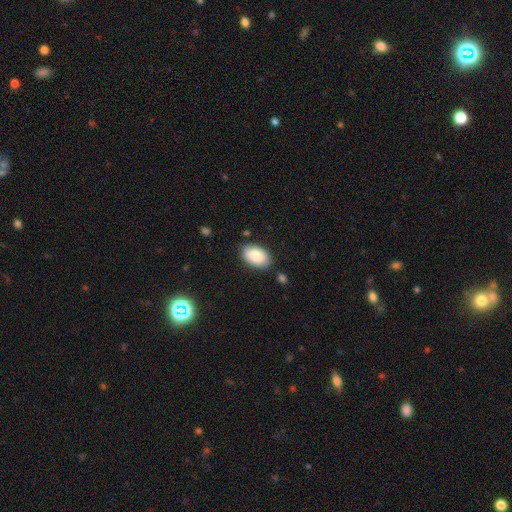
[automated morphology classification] Smooth or featured?
  - smooth: 88% *
  - star or artifact: 6%
  - featured or disk: 6%
How rounded?
  - in between: 93% *
  - round: 6%
  - cigar-shaped: 1%
Merging?
  - none: 82% *
  - minor disturbance: 13%
  - major disturbance: 3%
  - merger: 2%